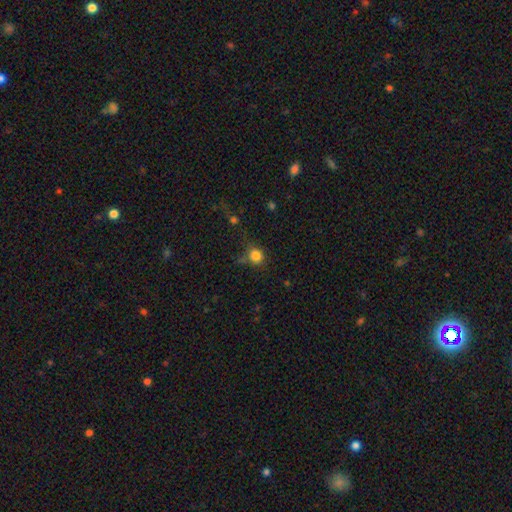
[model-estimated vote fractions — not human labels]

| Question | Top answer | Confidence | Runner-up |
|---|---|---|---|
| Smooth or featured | smooth | 81% | star or artifact (13%) |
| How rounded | round | 81% | in between (18%) |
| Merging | none | 60% | minor disturbance (21%) |